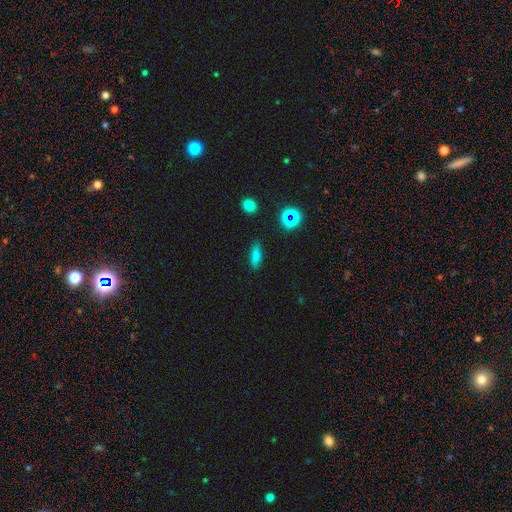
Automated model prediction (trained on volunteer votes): The model was most divided on "how rounded": in between: 67%, cigar-shaped: 28%, round: 5%. More confident: merging — none (86%); smooth or featured — smooth (75%).